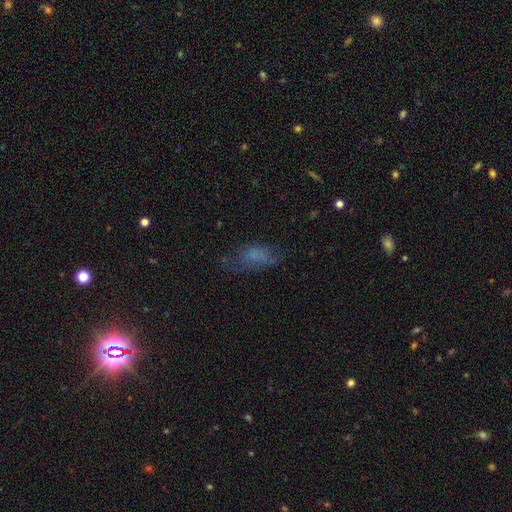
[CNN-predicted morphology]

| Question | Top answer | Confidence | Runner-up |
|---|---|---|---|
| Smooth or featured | smooth | 59% | featured or disk (27%) |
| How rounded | in between | 82% | cigar-shaped (12%) |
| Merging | none | 47% | minor disturbance (27%) |